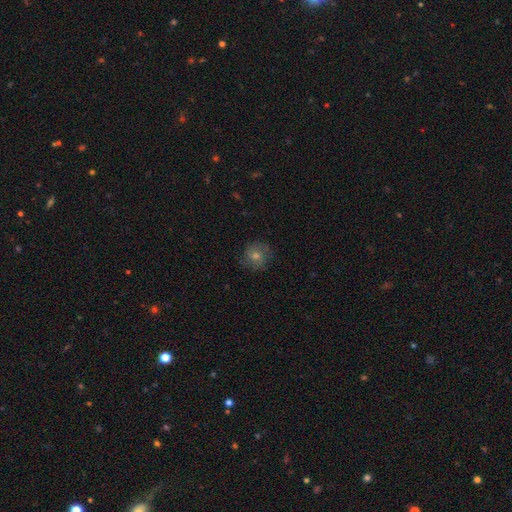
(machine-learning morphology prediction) smooth_or_featured: featured or disk (p=0.45) [alt: smooth p=0.38]
merging: none (p=0.82) [alt: minor disturbance p=0.13]